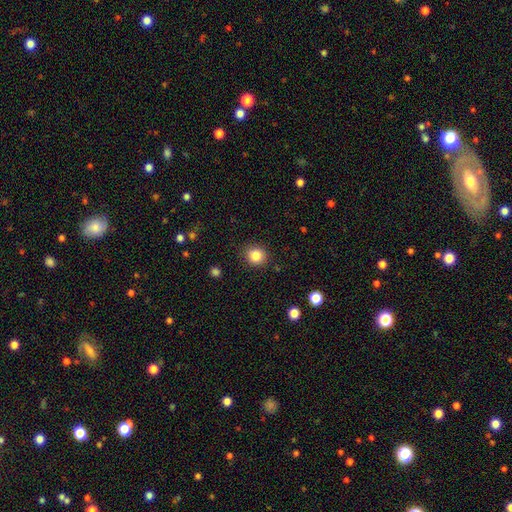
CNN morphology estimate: A smooth galaxy with no disk features (84%) that is round (87%). Merging: none (89%).